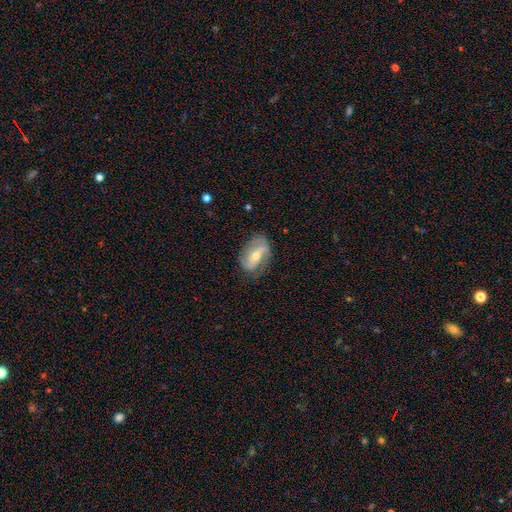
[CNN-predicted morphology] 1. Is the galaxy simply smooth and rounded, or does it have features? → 78% featured or disk, 16% smooth, 7% star or artifact.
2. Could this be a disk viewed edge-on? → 95% no, 5% yes.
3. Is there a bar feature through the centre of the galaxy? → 37% weak, 33% strong, 30% no.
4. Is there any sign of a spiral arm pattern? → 89% yes, 11% no.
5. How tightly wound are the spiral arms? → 39% medium, 36% loose, 25% tight.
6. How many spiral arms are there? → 78% 2, 11% can't tell, 4% 1, 4% 3, 1% 4, 1% more than 4.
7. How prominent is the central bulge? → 52% moderate, 44% small, 2% large, 1% none, 1% dominant.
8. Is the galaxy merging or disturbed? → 73% none, 19% minor disturbance, 7% major disturbance, 1% merger.